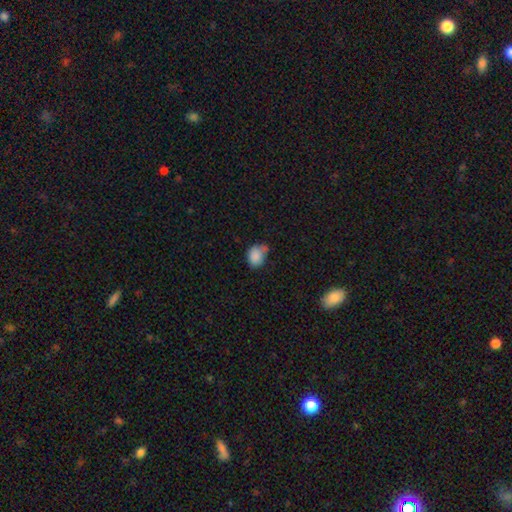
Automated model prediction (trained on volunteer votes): Smooth or featured? smooth (84%)
How rounded? in between (62%)
Merging? none (43%)